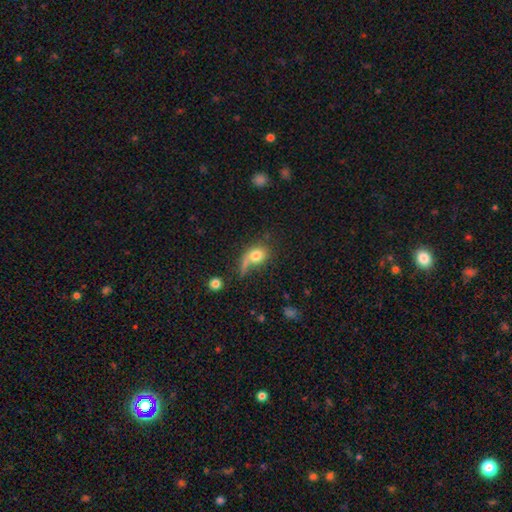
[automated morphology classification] This is likely a smooth galaxy (73%). How rounded: possibly in between (55%). Merging: marginally none (37%).